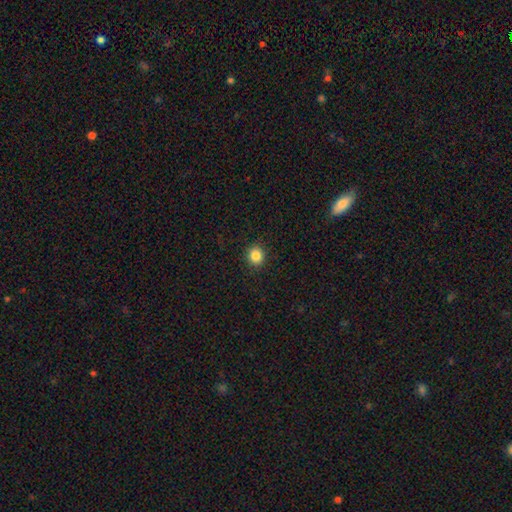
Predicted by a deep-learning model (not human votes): Smooth or featured? Predicted: smooth (p=0.85). How rounded? Predicted: round (p=0.86). Merging? Predicted: none (p=0.91).